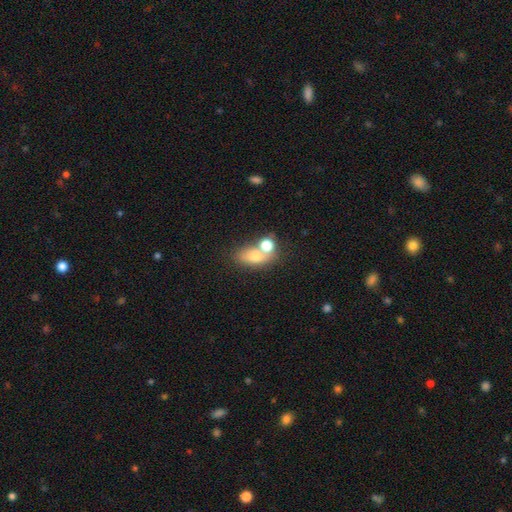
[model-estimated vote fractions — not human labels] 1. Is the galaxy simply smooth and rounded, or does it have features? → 68% smooth, 19% featured or disk, 13% star or artifact.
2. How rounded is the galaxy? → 69% in between, 25% round, 6% cigar-shaped.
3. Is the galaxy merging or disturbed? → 42% merger, 40% none, 12% minor disturbance, 7% major disturbance.